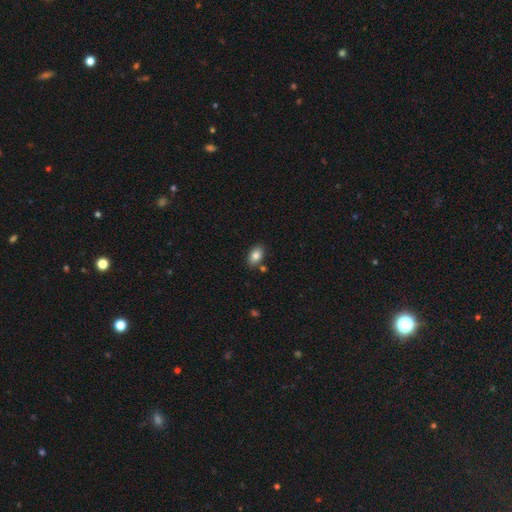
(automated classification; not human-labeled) Morphology: type=smooth (84%); roundness=in between (89%); merging=none (81%).